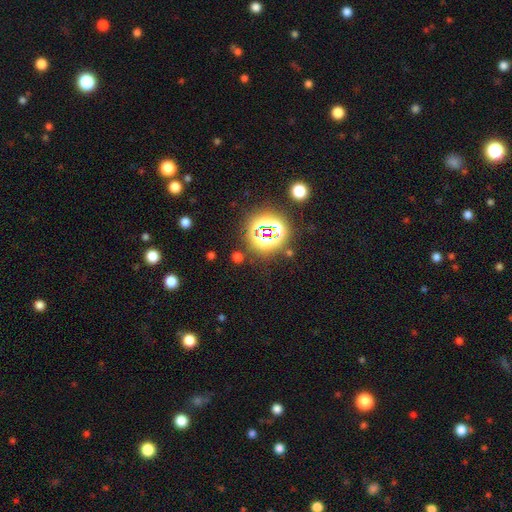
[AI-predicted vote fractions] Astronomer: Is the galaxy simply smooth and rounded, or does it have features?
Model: star or artifact — 83%.